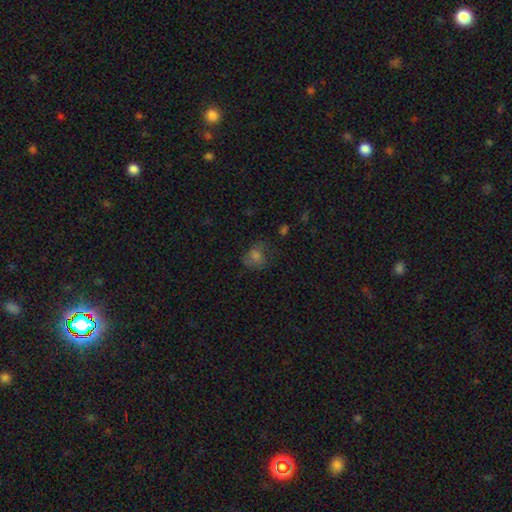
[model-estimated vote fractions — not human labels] Smooth or featured?
  - smooth: 62% *
  - star or artifact: 21%
  - featured or disk: 17%
How rounded?
  - round: 57% *
  - in between: 41%
  - cigar-shaped: 1%
Merging?
  - none: 54% *
  - minor disturbance: 25%
  - major disturbance: 19%
  - merger: 3%